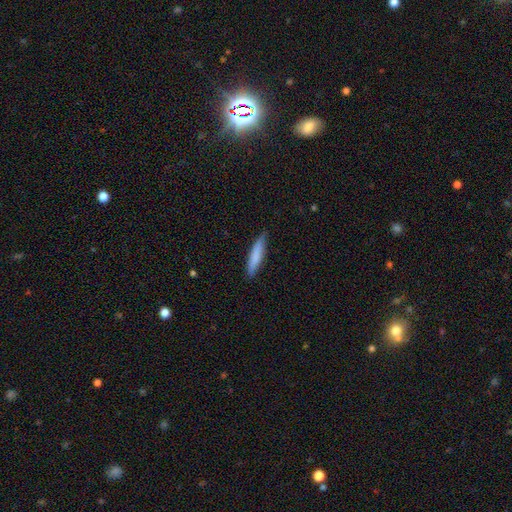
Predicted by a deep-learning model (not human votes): Smooth or featured? Predicted: smooth (p=0.79). How rounded? Predicted: cigar-shaped (p=0.86). Merging? Predicted: none (p=0.85).